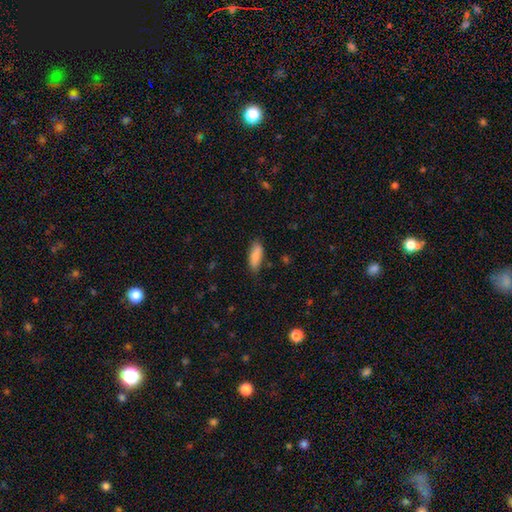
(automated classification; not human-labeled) Q: Smooth or featured?
A: smooth (86%); runner-up: featured or disk (8%)
Q: How rounded?
A: in between (65%); runner-up: cigar-shaped (33%)
Q: Merging?
A: none (78%); runner-up: minor disturbance (17%)